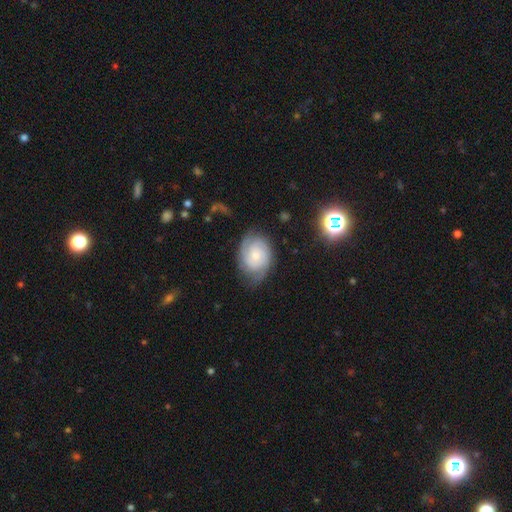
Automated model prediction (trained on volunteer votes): featured or disk 77%, smooth 17%, star or artifact 6%. Down the decision tree: edge-on disk — no (97%); bar — no (70%); spiral arms — yes (95%); spiral arm count — 2 (47%); spiral winding — tight (64%); bulge size — small (56%); merging — none (70%).